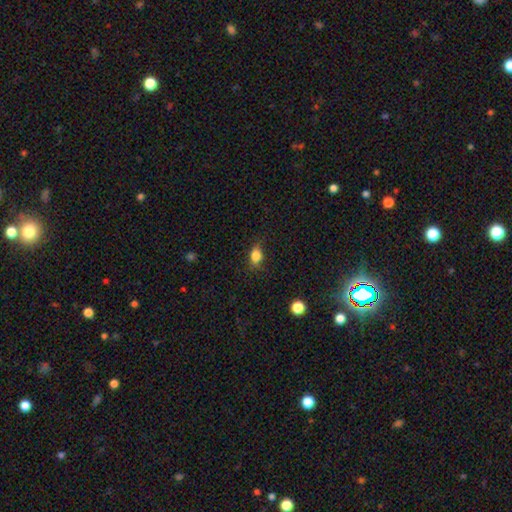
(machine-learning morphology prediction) smooth_or_featured: smooth (p=0.81) [alt: star or artifact p=0.11]
how_rounded: in between (p=0.70) [alt: round p=0.26]
merging: none (p=0.78) [alt: minor disturbance p=0.17]